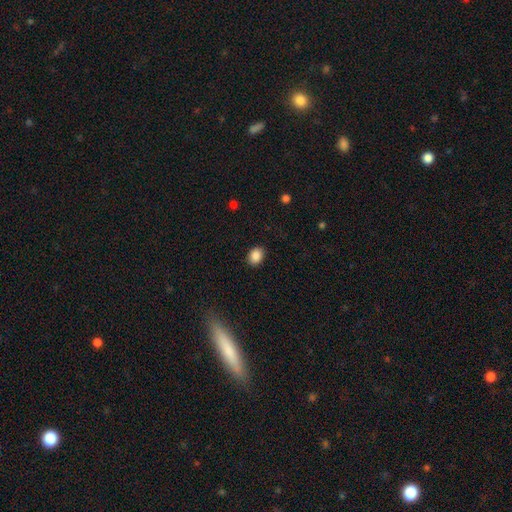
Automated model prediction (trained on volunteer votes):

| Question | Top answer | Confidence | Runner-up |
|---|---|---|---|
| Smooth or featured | smooth | 88% | star or artifact (9%) |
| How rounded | in between | 62% | round (37%) |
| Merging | none | 89% | minor disturbance (8%) |